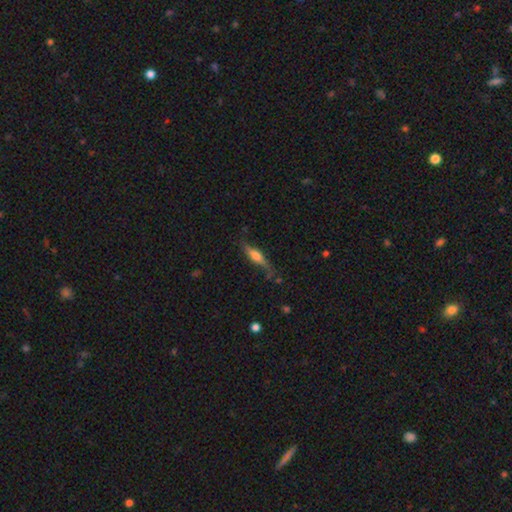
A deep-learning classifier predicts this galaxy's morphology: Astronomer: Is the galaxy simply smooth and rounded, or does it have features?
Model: featured or disk — 49% (runner-up: smooth, 45%).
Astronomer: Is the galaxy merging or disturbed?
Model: none — 69%.